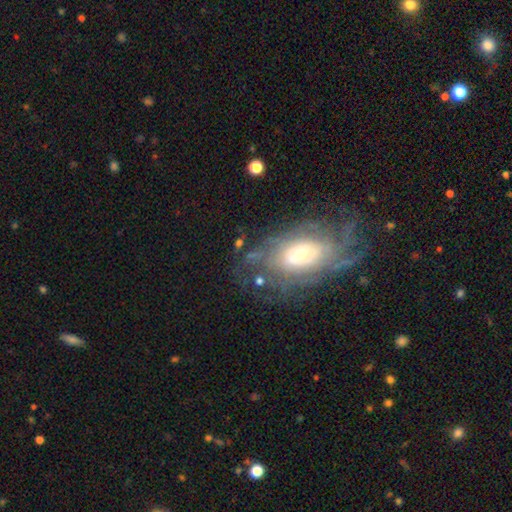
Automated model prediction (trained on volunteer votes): featured or disk 72%, smooth 17%, star or artifact 11%. Down the decision tree: edge-on disk — no (93%); bar — no (69%); spiral arms — yes (85%); spiral arm count — can't tell (54%); spiral winding — tight (55%); bulge size — moderate (39%); merging — none (68%).